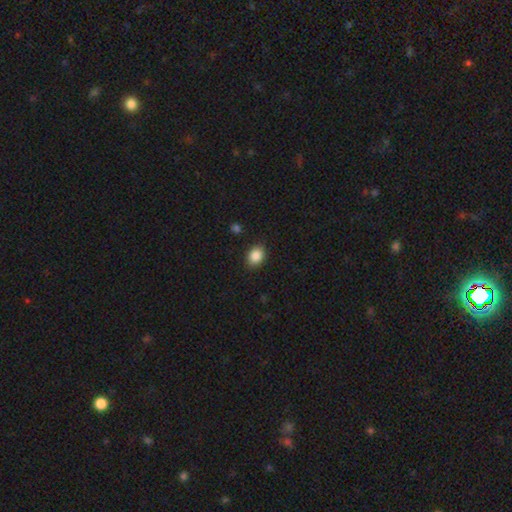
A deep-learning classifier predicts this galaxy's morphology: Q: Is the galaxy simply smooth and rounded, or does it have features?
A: smooth — 87%.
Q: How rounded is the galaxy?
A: in between — 63%.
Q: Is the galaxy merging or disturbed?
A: none — 88%.